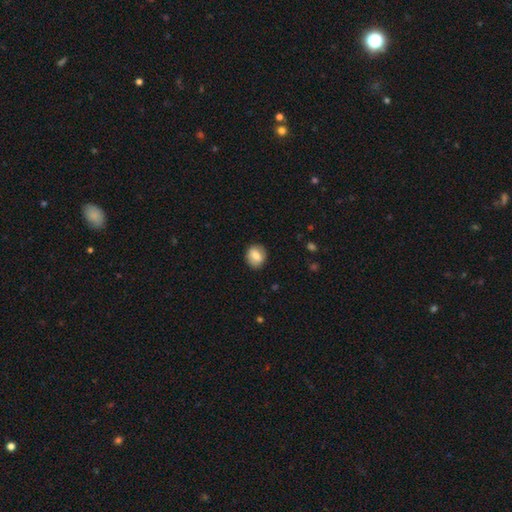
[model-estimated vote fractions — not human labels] Smooth or featured: smooth — 74% (featured or disk — 19%)
How rounded: round — 66% (in between — 32%)
Merging: none — 86% (minor disturbance — 10%)